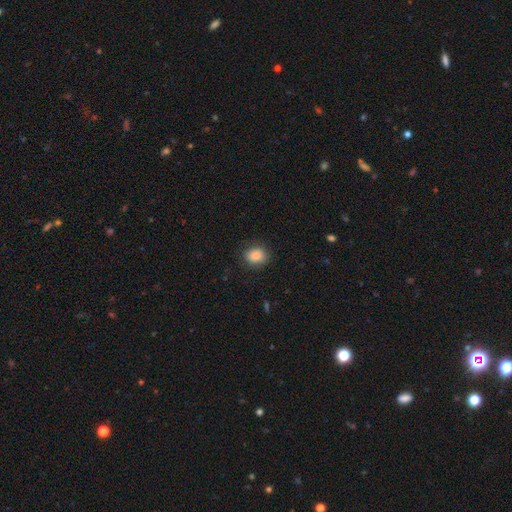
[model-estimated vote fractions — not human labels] This is clearly a smooth galaxy (87%). How rounded: possibly round (54%). Merging: clearly none (83%).